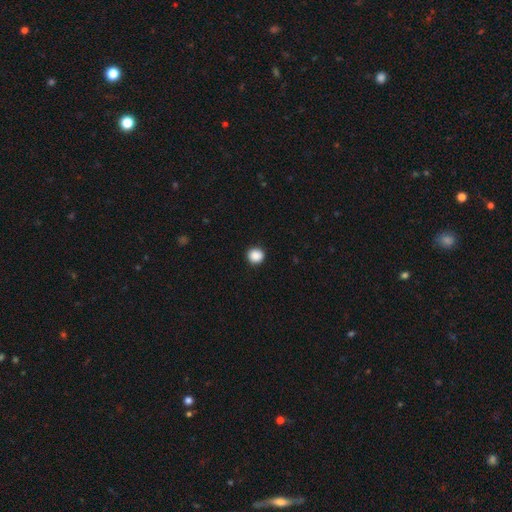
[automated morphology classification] A smooth galaxy with no disk features (88%) that is round (91%).

Vote fractions:
- Smooth or featured? smooth: 88% / star or artifact: 9% / featured or disk: 2%
- How rounded? round: 91% / in between: 8% / cigar-shaped: 1%
- Merging? none: 92% / minor disturbance: 6% / major disturbance: 2% / merger: 1%